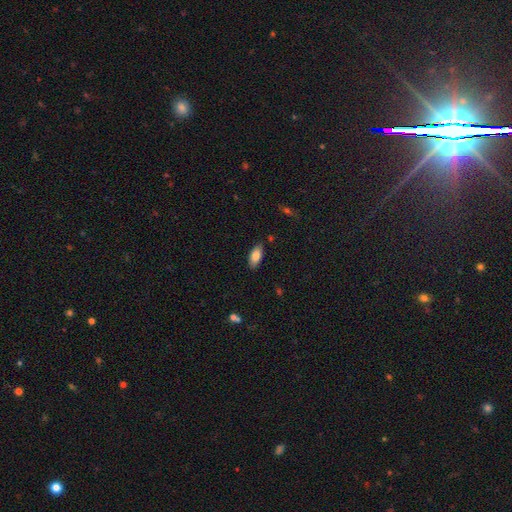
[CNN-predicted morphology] This appears to be a smooth galaxy with no disk features (80%) that is in between round and cigar-shaped (88%). Merging: none (86%).